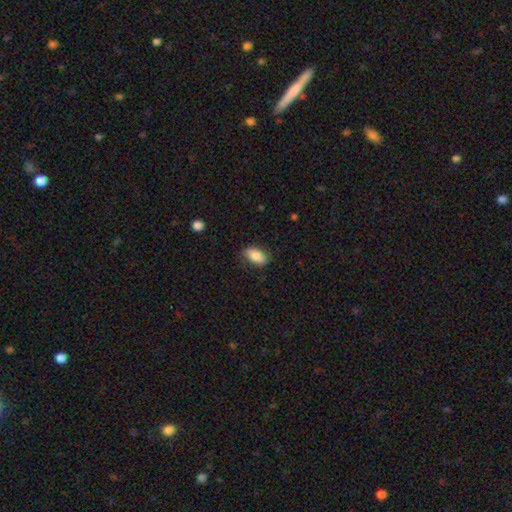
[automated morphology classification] A smooth galaxy with no disk features (84%) that is in between round and cigar-shaped (91%). Merging: none (81%).